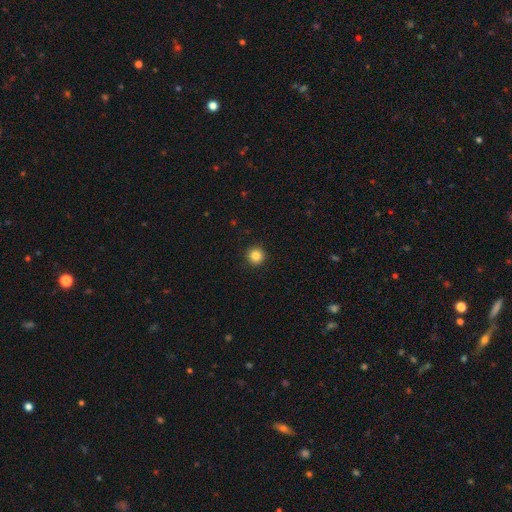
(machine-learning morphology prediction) Smooth or featured? smooth (85%)
How rounded? round (96%)
Merging? none (93%)